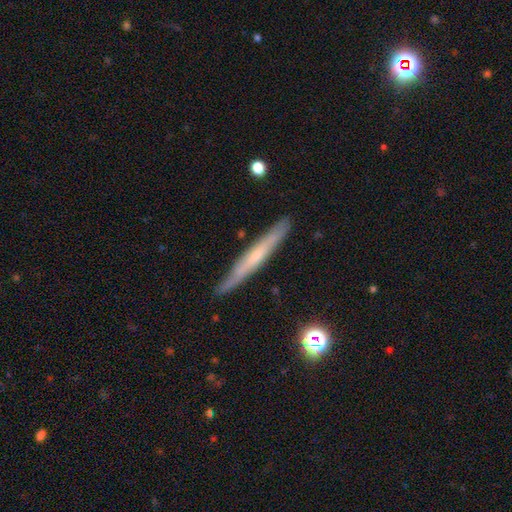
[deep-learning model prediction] Morphology: type=featured or disk (57%); edge-on=yes (91%); edge-on bulge=none (58%); merging=none (86%).